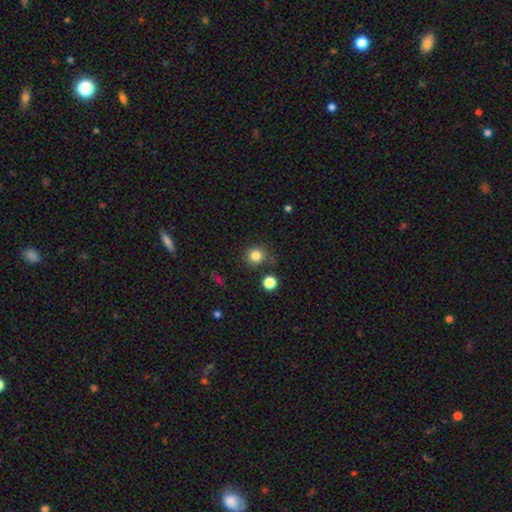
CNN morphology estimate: A smooth galaxy with no disk features (83%) that is round (90%).

Vote fractions:
- Smooth or featured? smooth: 83% / star or artifact: 12% / featured or disk: 5%
- How rounded? round: 90% / in between: 9% / cigar-shaped: 1%
- Merging? none: 81% / minor disturbance: 11% / merger: 5% / major disturbance: 3%